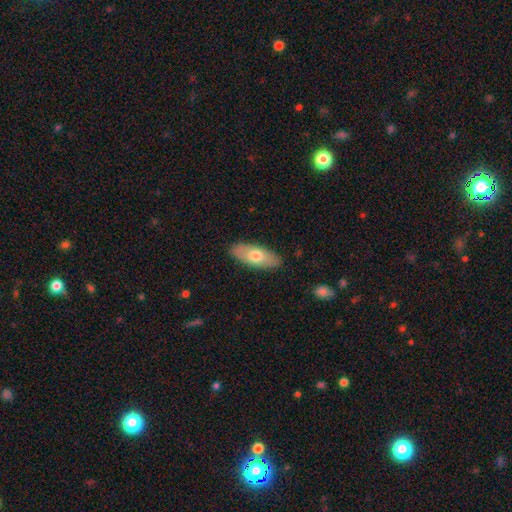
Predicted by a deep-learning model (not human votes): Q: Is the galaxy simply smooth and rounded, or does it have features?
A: smooth — 66%.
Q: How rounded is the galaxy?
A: in between — 83%.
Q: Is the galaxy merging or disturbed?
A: none — 87%.